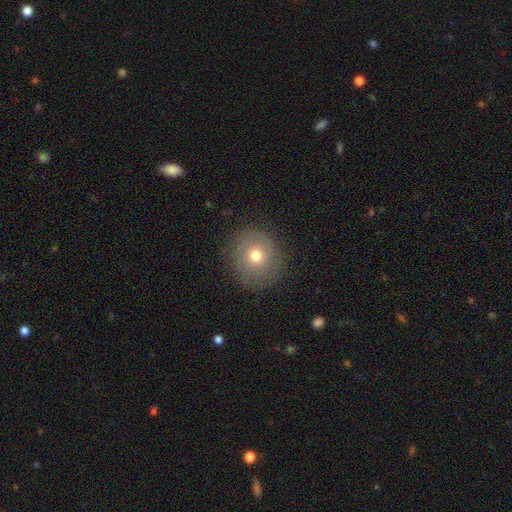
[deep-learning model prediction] smooth-or-featured: smooth: 72% | featured or disk: 16% | star or artifact: 13%
  how-rounded: round: 89% | in between: 10% | cigar-shaped: 1%
  merging: none: 86% | minor disturbance: 9% | major disturbance: 4% | merger: 1%